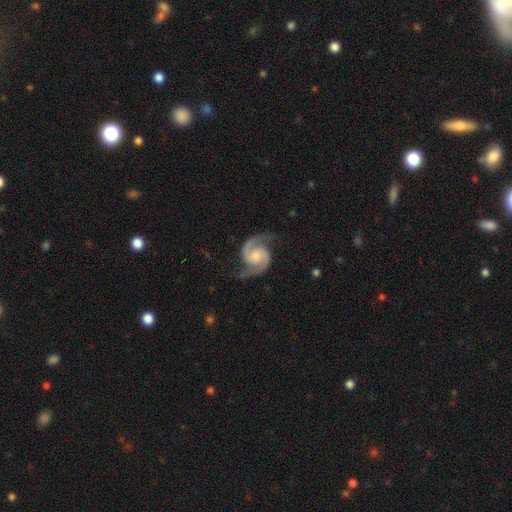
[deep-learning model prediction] smooth-or-featured: featured or disk: 93% | star or artifact: 4% | smooth: 3%
  disk-edge-on: no: 98% | yes: 2%
    bar: no: 62% | weak: 31% | strong: 7%
    has-spiral-arms: yes: 99% | no: 1%
      spiral-winding: medium: 60% | tight: 22% | loose: 18%
      spiral-arm-count: 2: 94% | can't tell: 1% | 3: 1% | 1: 1% | 4: 1% | more than 4: 1%
    bulge-size: moderate: 44% | small: 35% | none: 13% | large: 7% | dominant: 2%
  merging: none: 78% | minor disturbance: 16% | major disturbance: 5% | merger: 1%